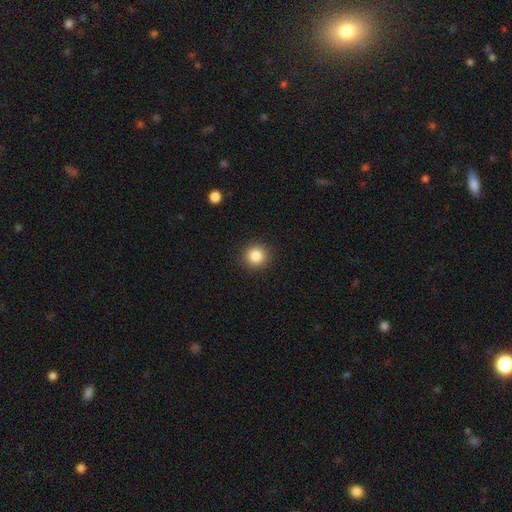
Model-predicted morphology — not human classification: type=smooth (85%); roundness=round (93%); merging=none (92%).